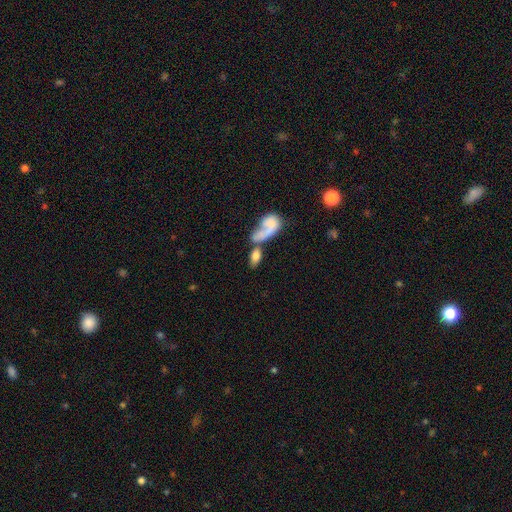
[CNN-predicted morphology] Smooth or featured? smooth (69%)
How rounded? in between (80%)
Merging? merger (50%)